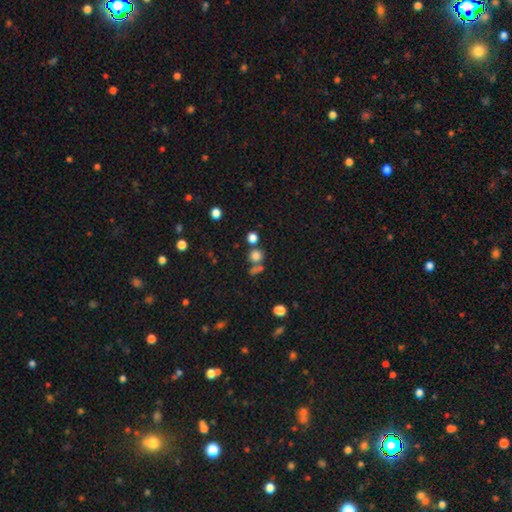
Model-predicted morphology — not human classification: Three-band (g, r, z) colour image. It shows a smooth galaxy with no disk features (75%) that is round (87%). Merging: none (57%).